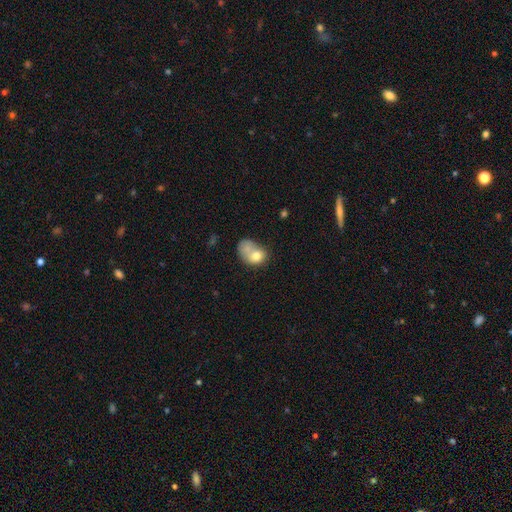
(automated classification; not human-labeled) Smooth or featured?
  - smooth: 70% *
  - featured or disk: 21%
  - star or artifact: 9%
How rounded?
  - in between: 65% *
  - round: 34%
  - cigar-shaped: 1%
Merging?
  - merger: 42% *
  - major disturbance: 22%
  - none: 19%
  - minor disturbance: 18%